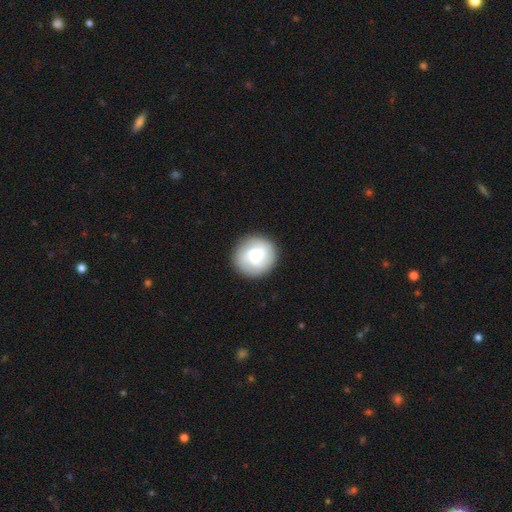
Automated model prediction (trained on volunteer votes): smooth_or_featured: smooth (p=0.53) [alt: featured or disk p=0.40]
how_rounded: round (p=0.90) [alt: in between p=0.09]
merging: none (p=0.84) [alt: minor disturbance p=0.11]